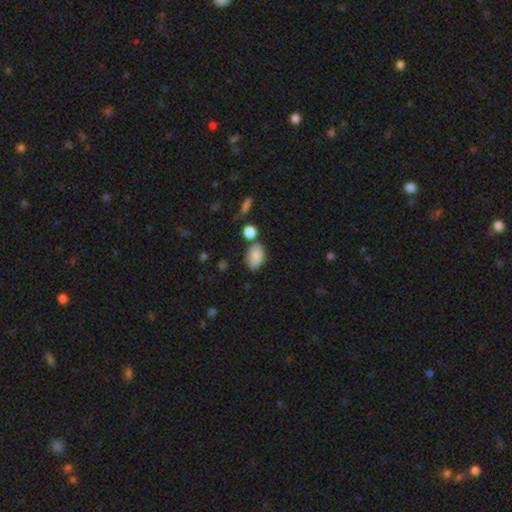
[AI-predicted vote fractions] Smooth or featured: smooth — 86% (star or artifact — 8%)
How rounded: in between — 88% (round — 11%)
Merging: none — 61% (minor disturbance — 20%)